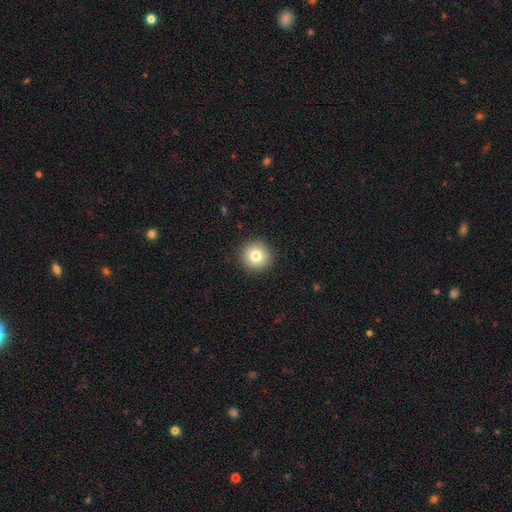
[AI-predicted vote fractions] Overall: smooth (81%). How rounded: round (95%). Merging: none (92%).